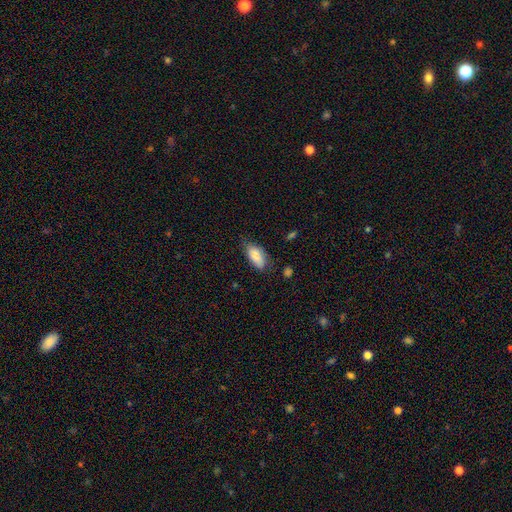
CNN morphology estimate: smooth-or-featured: smooth: 80% | featured or disk: 13% | star or artifact: 7%
  how-rounded: in between: 90% | cigar-shaped: 8% | round: 3%
  merging: none: 65% | minor disturbance: 28% | major disturbance: 5% | merger: 2%